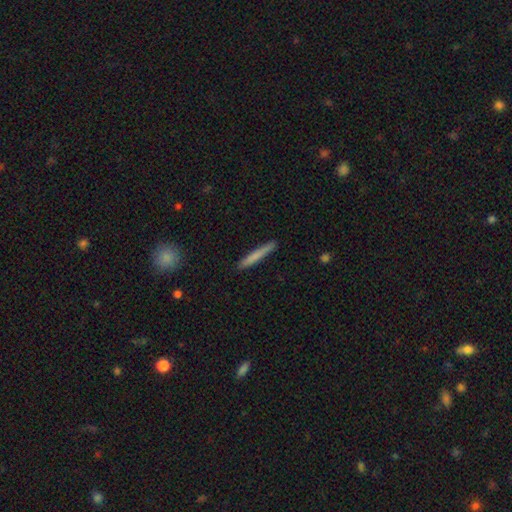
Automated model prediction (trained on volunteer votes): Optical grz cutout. It shows a smooth galaxy with no disk features (73%) that is cigar-shaped (96%). Merging: none (90%).